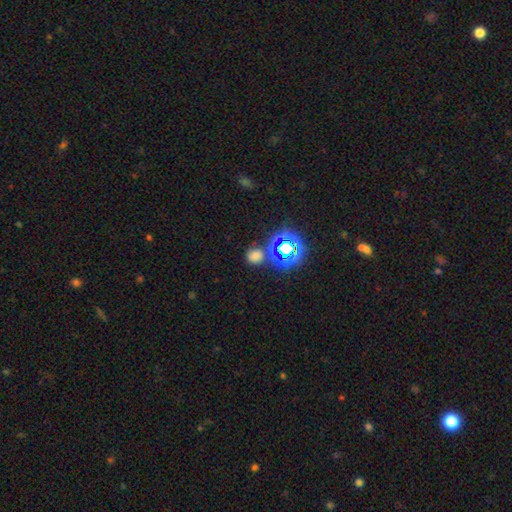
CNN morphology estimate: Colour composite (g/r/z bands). It shows a smooth galaxy with no disk features (61%) that is round (78%). Merging: none (74%).